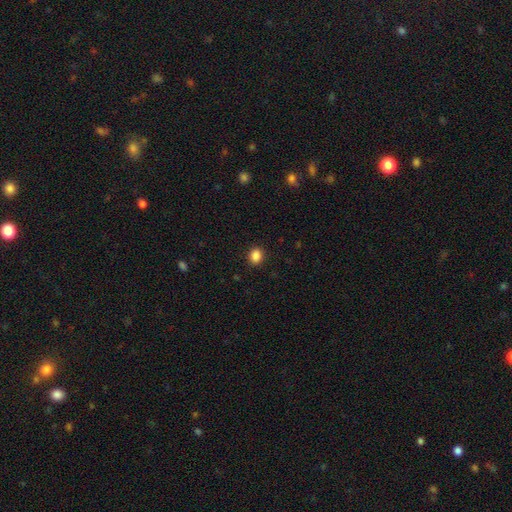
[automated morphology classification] Smooth or featured? Predicted: smooth (p=0.87). How rounded? Predicted: round (p=0.51). Merging? Predicted: none (p=0.90).